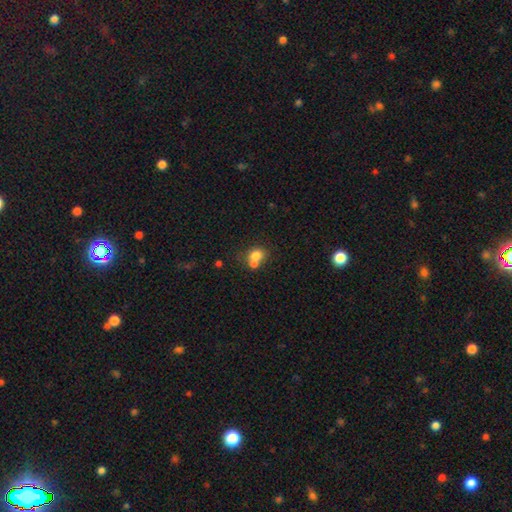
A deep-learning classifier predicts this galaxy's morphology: smooth-or-featured: smooth: 75% | featured or disk: 14% | star or artifact: 11%
  how-rounded: round: 70% | in between: 29% | cigar-shaped: 1%
  merging: merger: 54% | none: 35% | minor disturbance: 8% | major disturbance: 4%